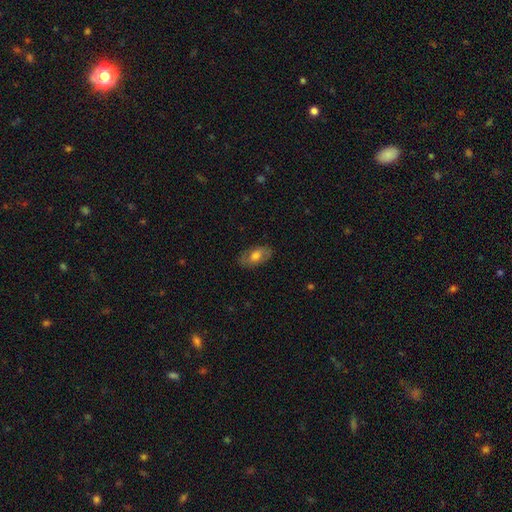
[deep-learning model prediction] smooth-or-featured: smooth: 66% | featured or disk: 27% | star or artifact: 7%
  how-rounded: in between: 92% | round: 5% | cigar-shaped: 3%
  merging: none: 82% | minor disturbance: 14% | major disturbance: 3% | merger: 1%